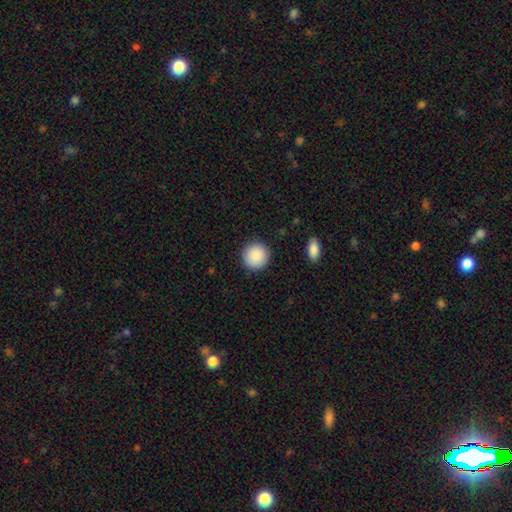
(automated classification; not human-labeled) Smooth or featured: smooth — 90% (star or artifact — 7%)
How rounded: round — 95% (in between — 4%)
Merging: none — 91% (minor disturbance — 6%)